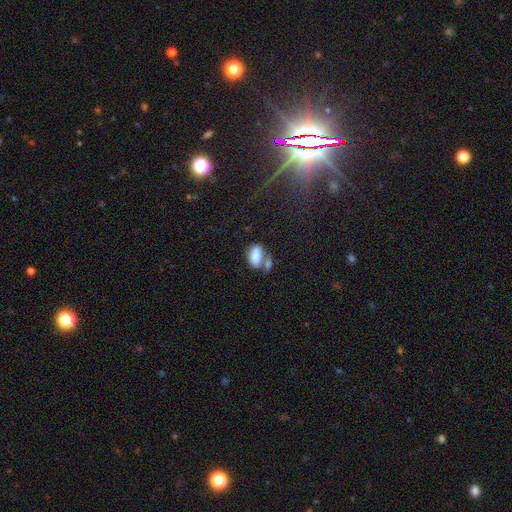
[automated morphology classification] Q: Smooth or featured?
A: smooth (83%); runner-up: featured or disk (8%)
Q: How rounded?
A: in between (91%); runner-up: round (6%)
Q: Merging?
A: merger (42%); runner-up: none (37%)